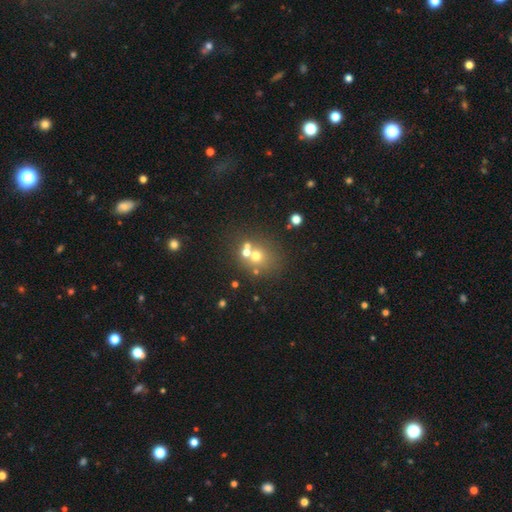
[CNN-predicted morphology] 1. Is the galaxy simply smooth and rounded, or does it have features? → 59% smooth, 21% featured or disk, 20% star or artifact.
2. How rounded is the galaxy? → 80% round, 19% in between, 1% cigar-shaped.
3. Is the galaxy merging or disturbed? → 50% none, 36% merger, 9% minor disturbance, 5% major disturbance.